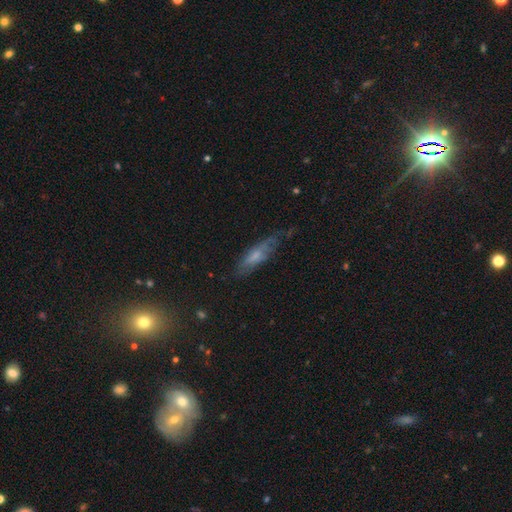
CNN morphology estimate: Overall: smooth (53%; featured or disk 38%). How rounded: cigar-shaped (55%; in between 43%). Merging: none (58%; minor disturbance 28%).